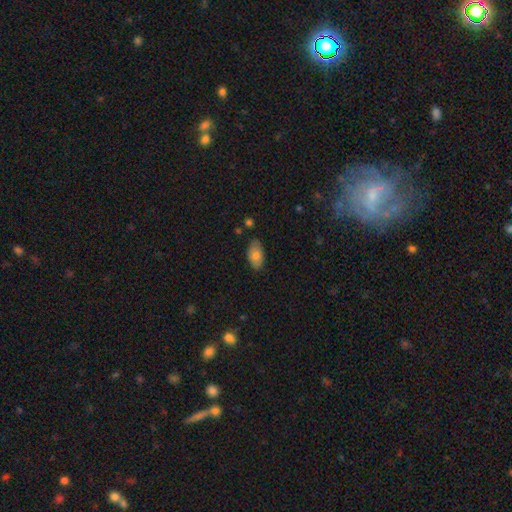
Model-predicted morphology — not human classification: Q: Smooth or featured?
A: smooth (72%); runner-up: featured or disk (21%)
Q: How rounded?
A: in between (93%); runner-up: round (5%)
Q: Merging?
A: none (76%); runner-up: minor disturbance (19%)